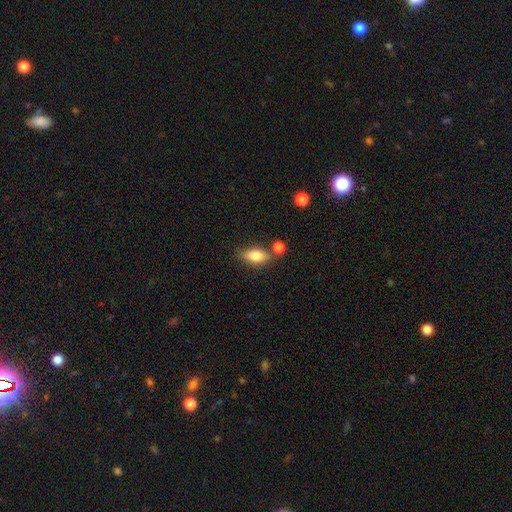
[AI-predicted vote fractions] smooth_or_featured: smooth (p=0.81) [alt: featured or disk p=0.11]
how_rounded: in between (p=0.84) [alt: cigar-shaped p=0.10]
merging: none (p=0.64) [alt: merger p=0.18]